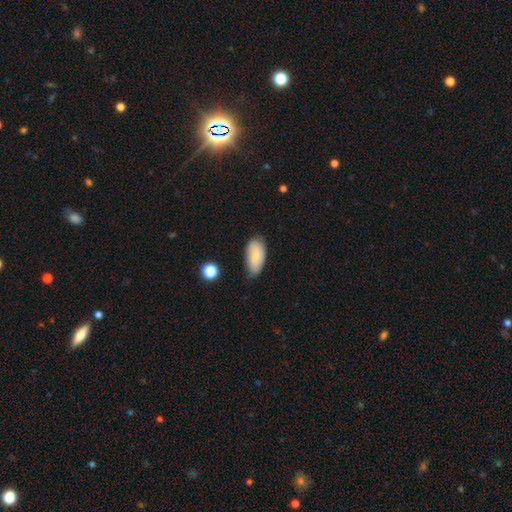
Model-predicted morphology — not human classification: Smooth or featured? Predicted: smooth (p=0.76). How rounded? Predicted: in between (p=0.93). Merging? Predicted: none (p=0.64).